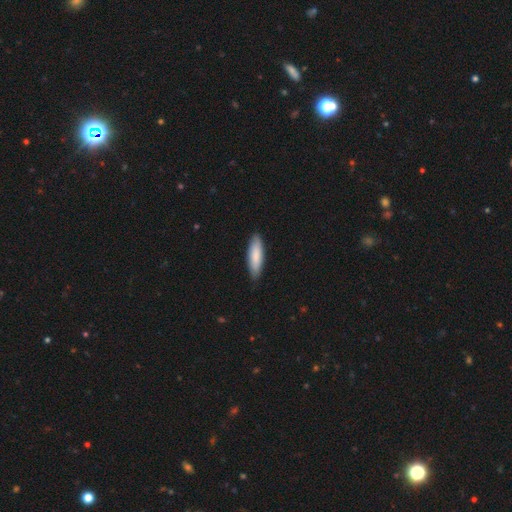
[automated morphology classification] smooth 84%, featured or disk 12%, star or artifact 5%. Down the decision tree: how rounded — cigar-shaped (52%); merging — none (86%).